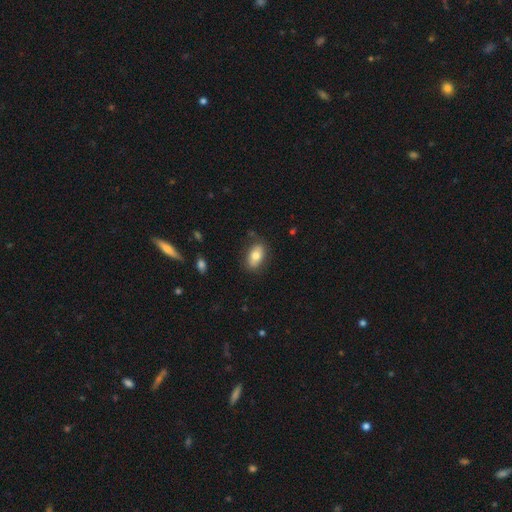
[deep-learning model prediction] smooth 76%, featured or disk 17%, star or artifact 7%. Down the decision tree: how rounded — in between (90%); merging — none (80%).